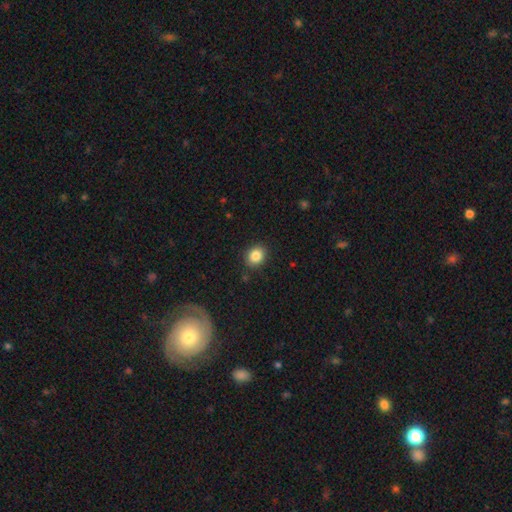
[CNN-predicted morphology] smooth_or_featured: smooth (p=0.85) [alt: star or artifact p=0.10]
how_rounded: round (p=0.67) [alt: in between p=0.32]
merging: none (p=0.88) [alt: minor disturbance p=0.08]